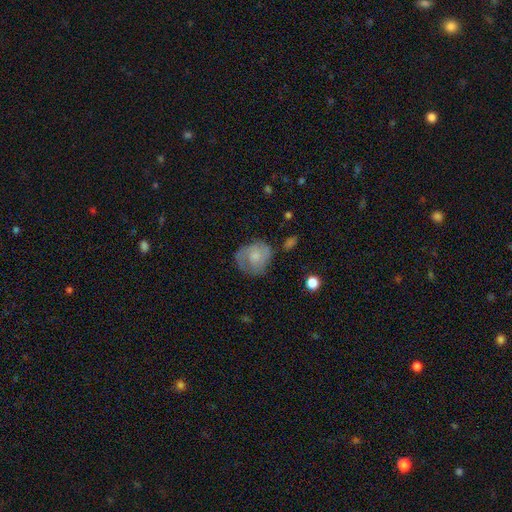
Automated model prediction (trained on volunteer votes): Smooth or featured?
  - smooth: 51% *
  - featured or disk: 41%
  - star or artifact: 7%
How rounded?
  - round: 68% *
  - in between: 31%
  - cigar-shaped: 1%
Merging?
  - none: 50% *
  - minor disturbance: 29%
  - major disturbance: 18%
  - merger: 3%